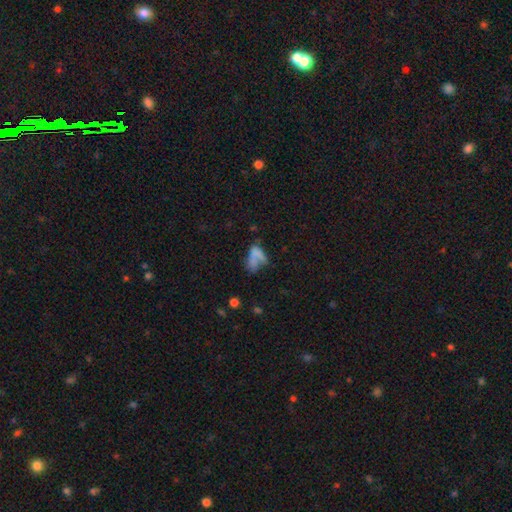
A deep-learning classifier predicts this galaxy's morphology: Smooth or featured? Predicted: smooth (p=0.57). How rounded? Predicted: in between (p=0.73). Merging? Predicted: merger (p=0.31).